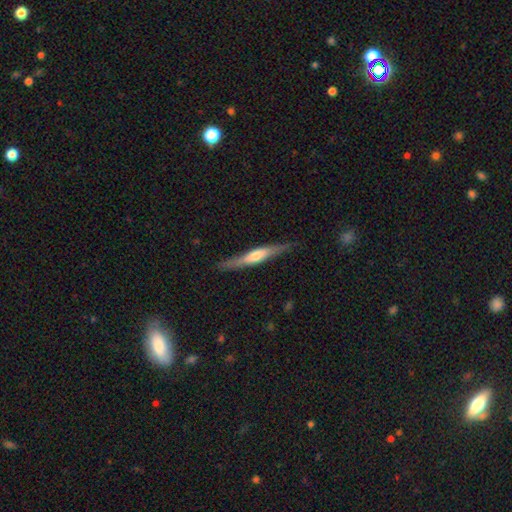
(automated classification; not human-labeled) The model was most divided on "smooth or featured": featured or disk: 59%, smooth: 36%, star or artifact: 6%. More confident: edge-on disk — yes (95%); merging — none (85%); edge-on bulge — rounded (69%).